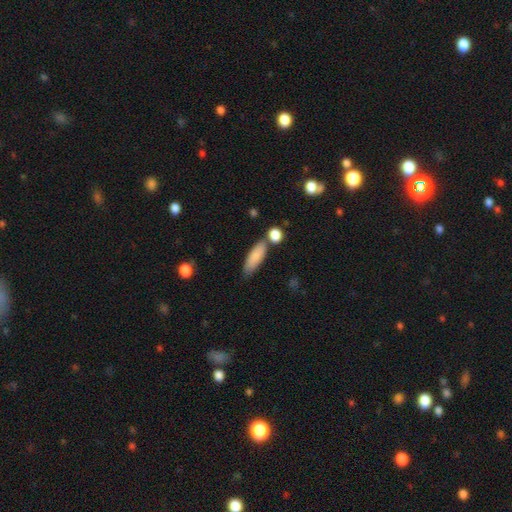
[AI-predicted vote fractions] Overall: smooth (84%). How rounded: in between (59%; cigar-shaped 39%). Merging: none (66%).